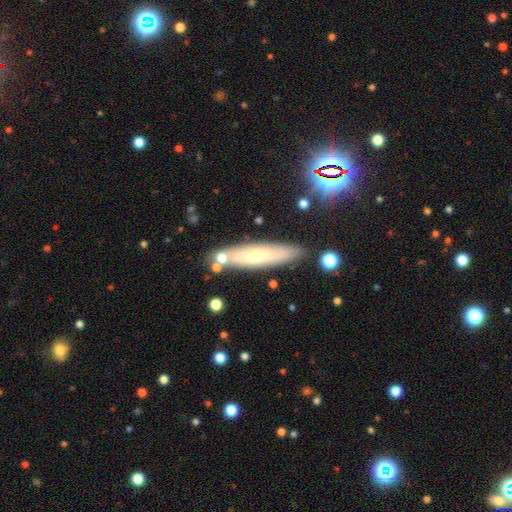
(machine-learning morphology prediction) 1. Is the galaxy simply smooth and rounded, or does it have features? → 49% featured or disk, 42% smooth, 8% star or artifact.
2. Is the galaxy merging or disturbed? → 81% none, 11% minor disturbance, 5% merger, 3% major disturbance.